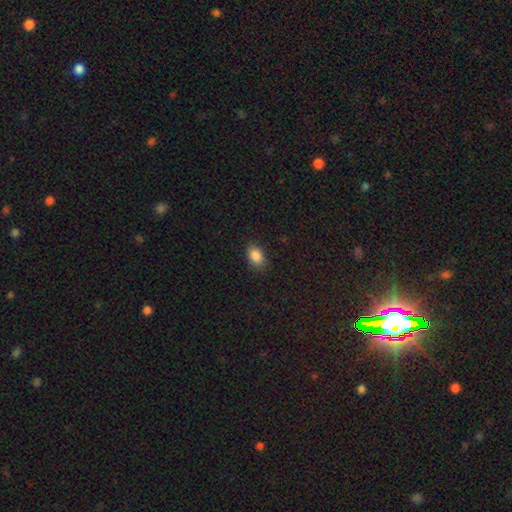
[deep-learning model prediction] smooth 87%, star or artifact 9%, featured or disk 4%. Down the decision tree: how rounded — in between (84%); merging — none (84%).